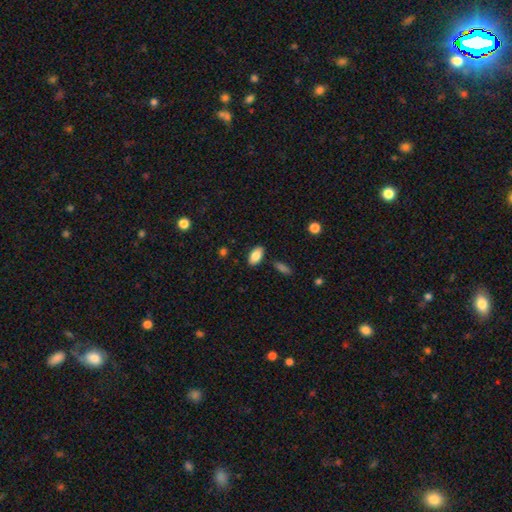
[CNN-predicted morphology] This is clearly a smooth galaxy (86%). How rounded: clearly in between (93%). Merging: clearly none (85%).